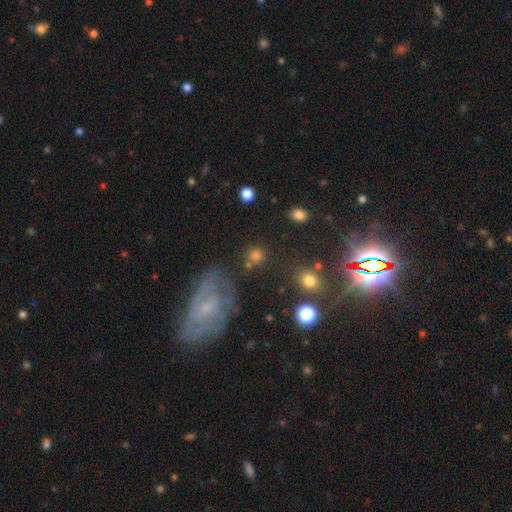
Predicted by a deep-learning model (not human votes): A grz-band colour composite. It shows a smooth galaxy with no disk features (62%) that is round (80%). Merging: none (73%).